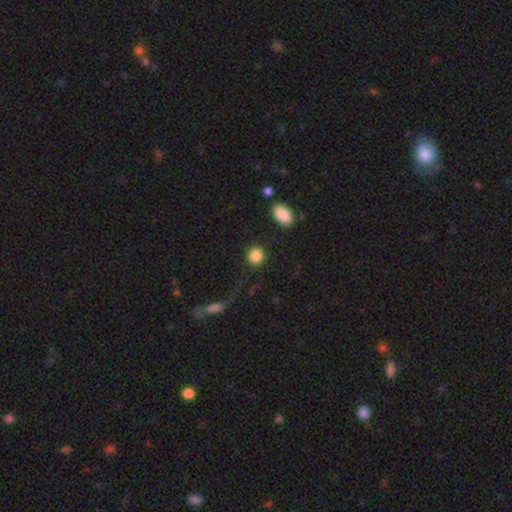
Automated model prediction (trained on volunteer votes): The model was most divided on "how rounded": round: 83%, in between: 16%, cigar-shaped: 1%. More confident: smooth or featured — smooth (88%); merging — none (86%).